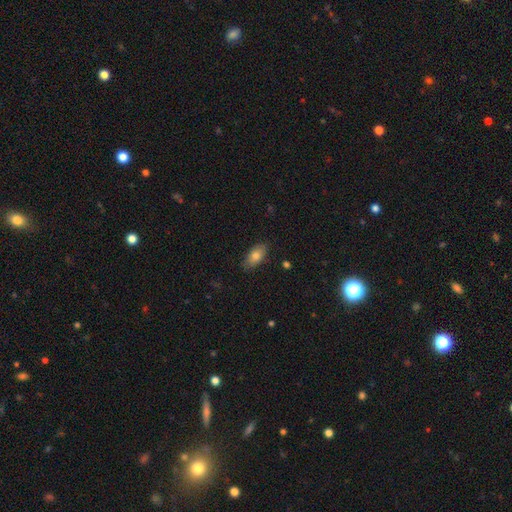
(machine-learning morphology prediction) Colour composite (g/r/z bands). It shows a smooth galaxy with no disk features (78%) that is in between round and cigar-shaped (90%). Merging: none (84%).